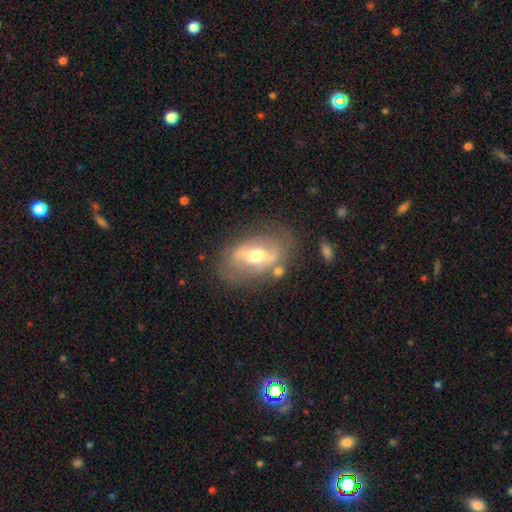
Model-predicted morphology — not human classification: type=featured or disk (65%); edge-on=no (91%); bar=weak (36%, tied with strong); spiral arms=yes (54%); bulge=moderate (72%); merging=none (67%).